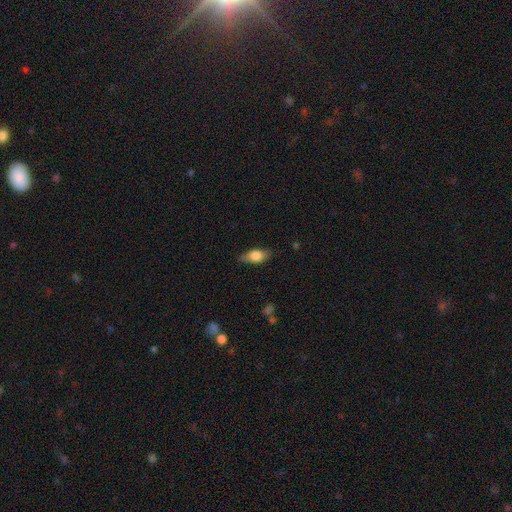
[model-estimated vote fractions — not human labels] This appears to be a smooth galaxy with no disk features (71%) that is in between round and cigar-shaped (80%). Merging: none (79%).